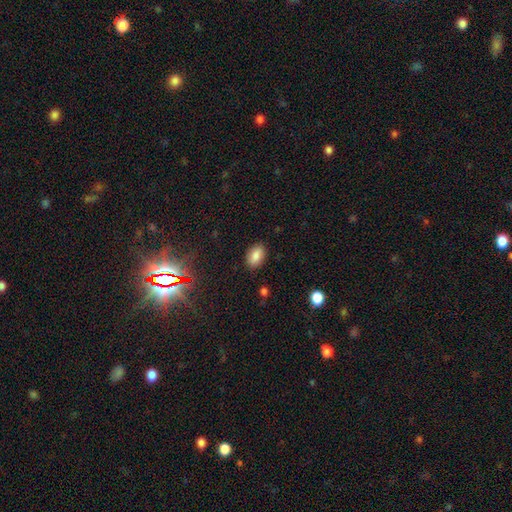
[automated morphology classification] Smooth or featured? Predicted: smooth (p=0.85). How rounded? Predicted: in between (p=0.89). Merging? Predicted: none (p=0.87).